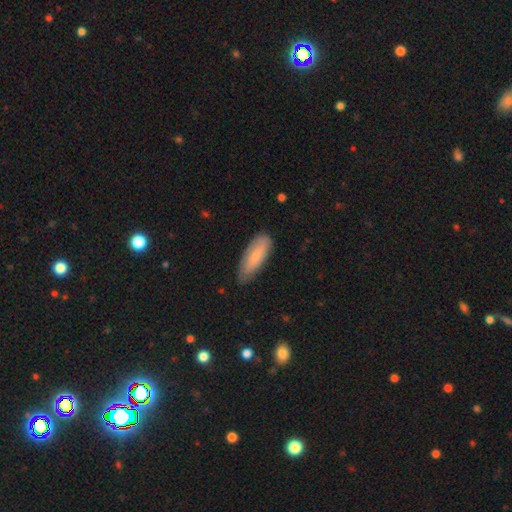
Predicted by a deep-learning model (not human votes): smooth_or_featured: smooth (p=0.78) [alt: featured or disk p=0.17]
how_rounded: in between (p=0.64) [alt: cigar-shaped p=0.35]
merging: none (p=0.74) [alt: minor disturbance p=0.21]